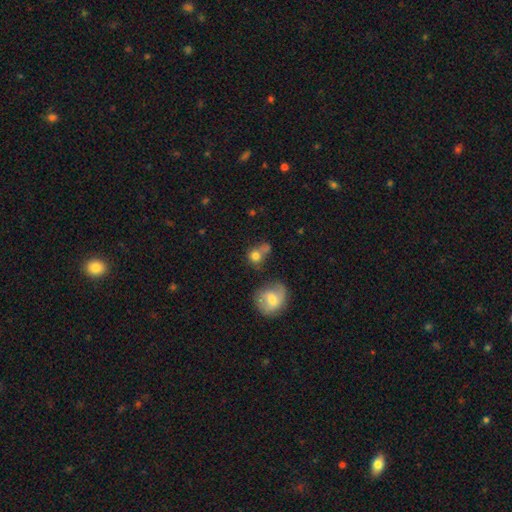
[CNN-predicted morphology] Q: Smooth or featured?
A: smooth (76%); runner-up: featured or disk (14%)
Q: How rounded?
A: round (73%); runner-up: in between (26%)
Q: Merging?
A: none (43%); runner-up: merger (30%)